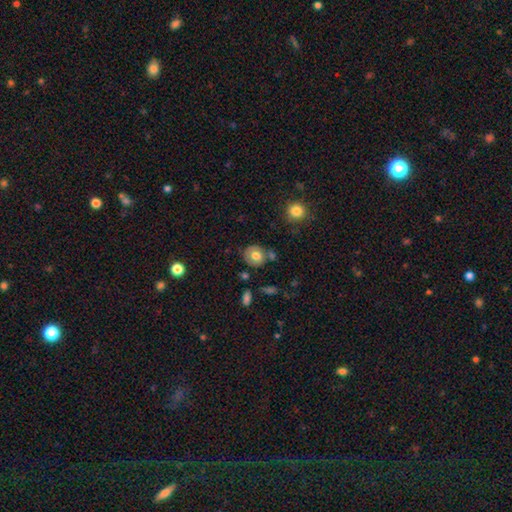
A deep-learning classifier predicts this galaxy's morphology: Smooth or featured?
  - smooth: 73% *
  - featured or disk: 18%
  - star or artifact: 9%
How rounded?
  - round: 81% *
  - in between: 18%
  - cigar-shaped: 1%
Merging?
  - none: 71% *
  - minor disturbance: 16%
  - merger: 9%
  - major disturbance: 4%